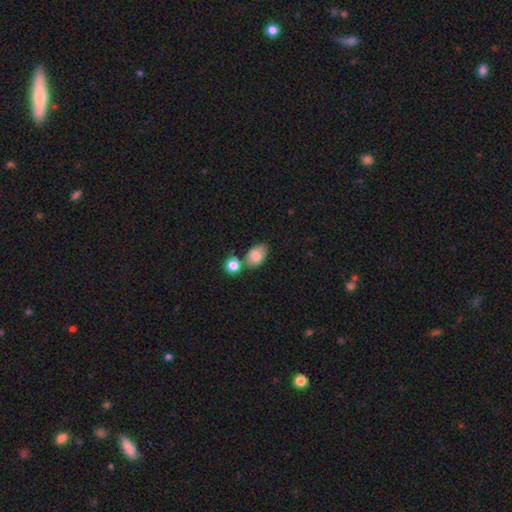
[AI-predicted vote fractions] Smooth or featured?
  - smooth: 83% *
  - featured or disk: 9%
  - star or artifact: 8%
How rounded?
  - in between: 84% *
  - round: 15%
  - cigar-shaped: 1%
Merging?
  - none: 56% *
  - merger: 21%
  - minor disturbance: 18%
  - major disturbance: 5%